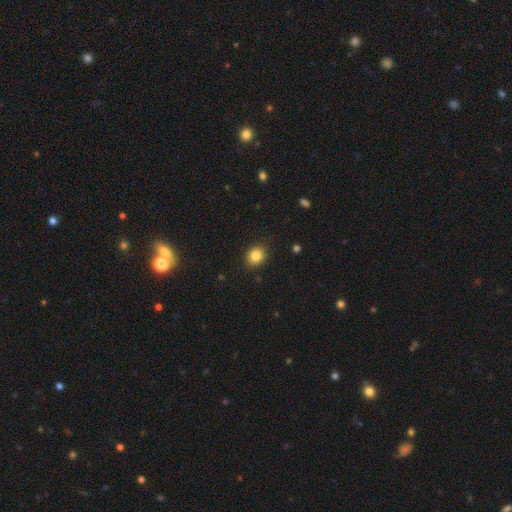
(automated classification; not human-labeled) Smooth or featured? Predicted: smooth (p=0.84). How rounded? Predicted: round (p=0.68). Merging? Predicted: none (p=0.89).